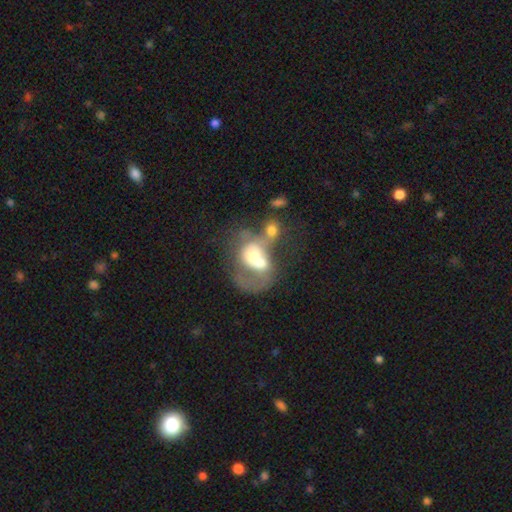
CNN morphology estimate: smooth_or_featured: featured or disk (p=0.52) [alt: smooth p=0.37]
disk_edge_on: no (p=0.97) [alt: yes p=0.03]
bar: no (p=0.83) [alt: weak p=0.14]
has_spiral_arms: no (p=0.71) [alt: yes p=0.29]
bulge_size: moderate (p=0.50) [alt: large p=0.22]
merging: merger (p=0.65) [alt: major disturbance p=0.19]